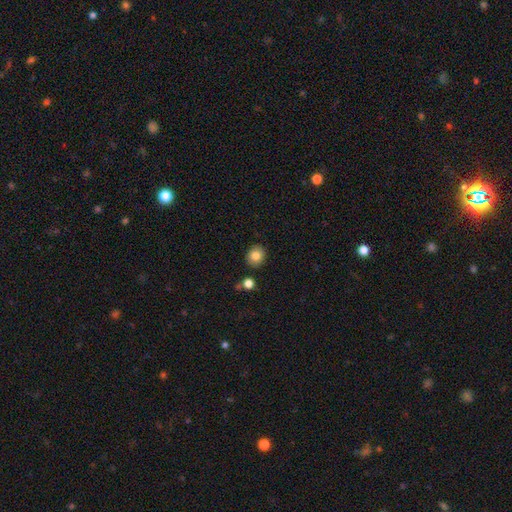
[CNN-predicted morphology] This appears to be a smooth galaxy with no disk features (83%) that is round (77%). Merging: none (88%).